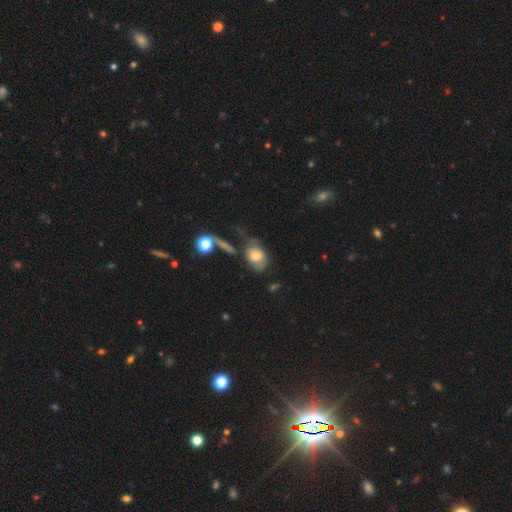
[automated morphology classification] Smooth or featured? Predicted: smooth (p=0.69). How rounded? Predicted: in between (p=0.70). Merging? Predicted: none (p=0.39).